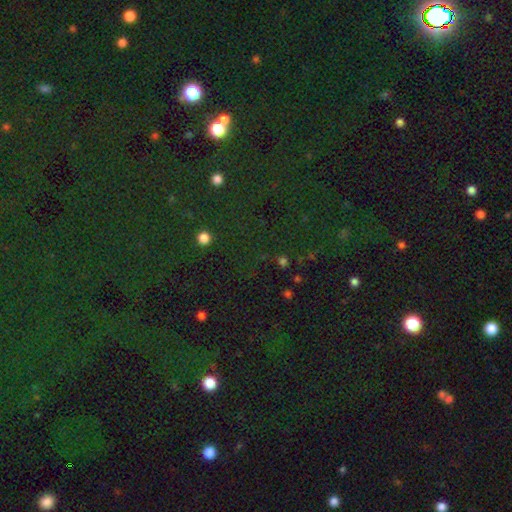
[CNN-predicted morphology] smooth_or_featured: star or artifact (p=0.78) [alt: smooth p=0.14]